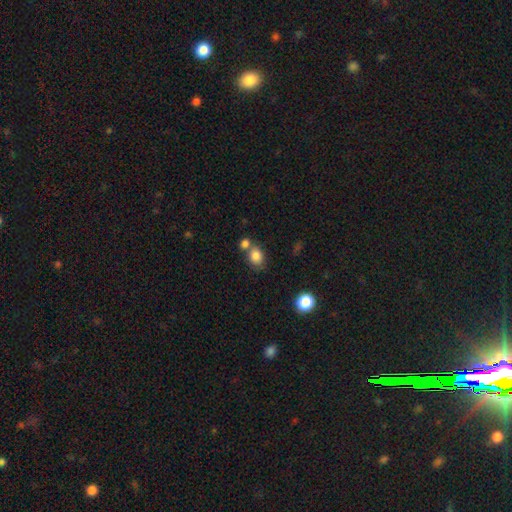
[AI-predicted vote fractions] A smooth galaxy with no disk features (83%) that is round (52%).

Vote fractions:
- Smooth or featured? smooth: 83% / star or artifact: 10% / featured or disk: 7%
- How rounded? round: 52% / in between: 46% / cigar-shaped: 1%
- Merging? none: 54% / merger: 31% / minor disturbance: 11% / major disturbance: 4%